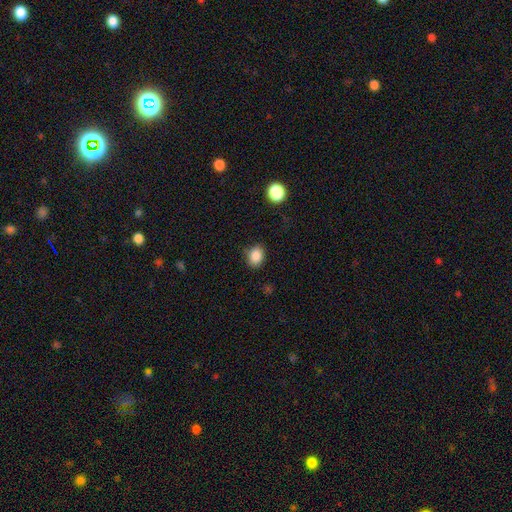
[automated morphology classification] Smooth or featured? Predicted: smooth (p=0.86). How rounded? Predicted: in between (p=0.51). Merging? Predicted: none (p=0.81).